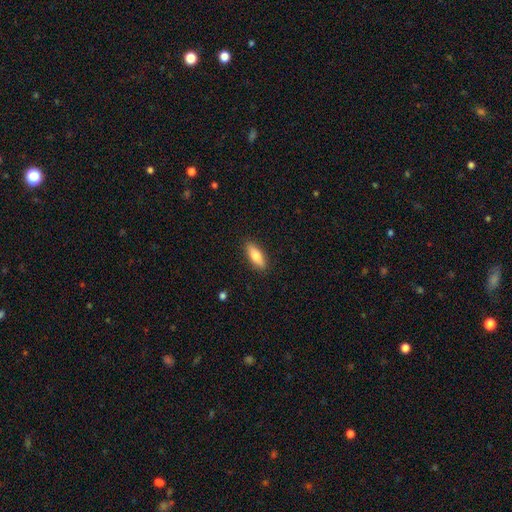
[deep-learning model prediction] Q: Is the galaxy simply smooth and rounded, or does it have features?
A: smooth — 79%.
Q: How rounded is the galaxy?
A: in between — 67%.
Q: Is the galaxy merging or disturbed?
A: none — 88%.